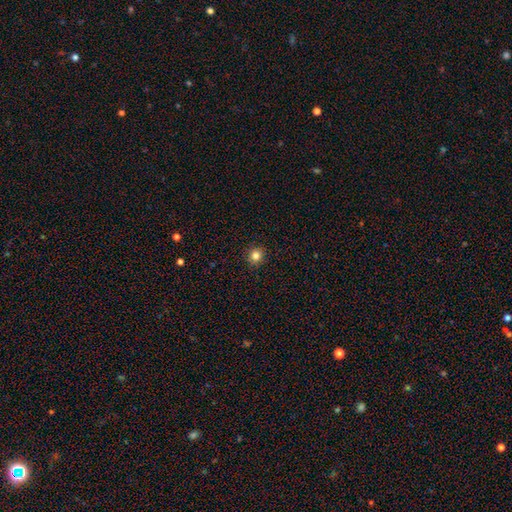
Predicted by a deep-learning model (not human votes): Smooth or featured? smooth (83%)
How rounded? round (91%)
Merging? none (92%)